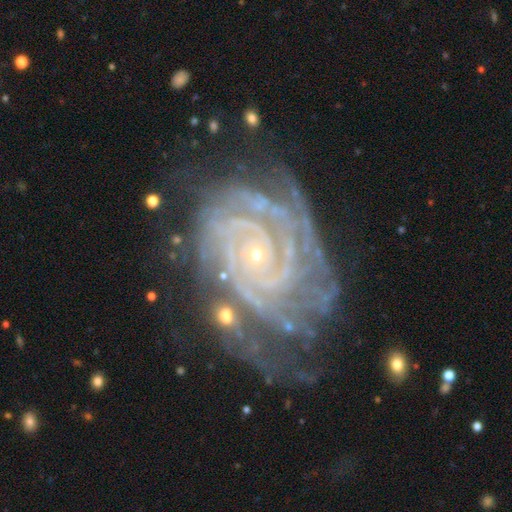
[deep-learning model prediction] Q: Smooth or featured?
A: featured or disk (91%); runner-up: star or artifact (6%)
Q: Edge-on disk?
A: no (97%); runner-up: yes (3%)
Q: Bar?
A: no (76%); runner-up: weak (16%)
Q: Spiral arms?
A: yes (98%); runner-up: no (2%)
Q: Spiral winding?
A: tight (83%); runner-up: medium (15%)
Q: Spiral arm count?
A: 2 (21%); tied with: 4 (21%)
Q: Bulge size?
A: small (89%); runner-up: moderate (7%)
Q: Merging?
A: none (61%); runner-up: minor disturbance (23%)